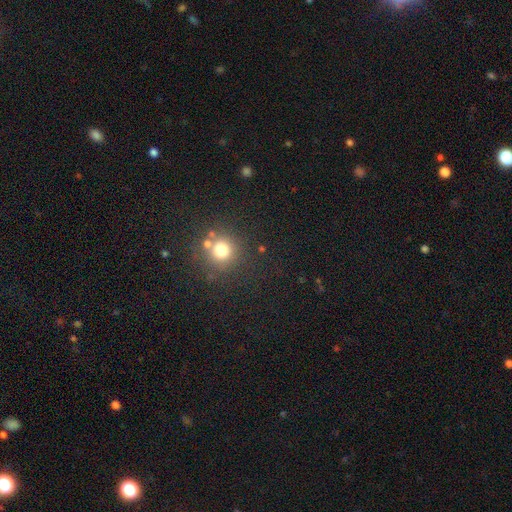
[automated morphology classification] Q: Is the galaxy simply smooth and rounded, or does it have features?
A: smooth — 51%.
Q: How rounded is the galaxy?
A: round — 94%.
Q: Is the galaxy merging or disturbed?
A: none — 88%.